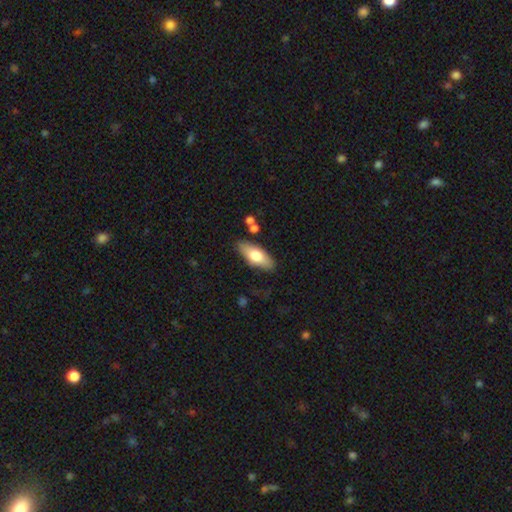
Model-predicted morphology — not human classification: A smooth galaxy with no disk features (70%) that is in between round and cigar-shaped (74%).

Vote fractions:
- Smooth or featured? smooth: 70% / featured or disk: 25% / star or artifact: 6%
- How rounded? in between: 74% / cigar-shaped: 23% / round: 2%
- Merging? none: 82% / minor disturbance: 12% / merger: 3% / major disturbance: 3%